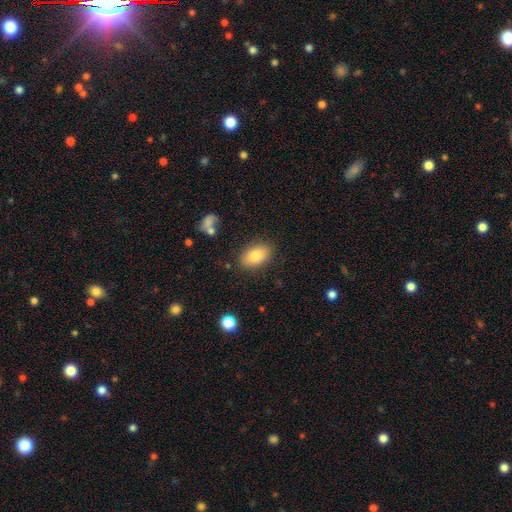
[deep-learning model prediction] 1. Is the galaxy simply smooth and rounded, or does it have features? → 82% smooth, 10% featured or disk, 8% star or artifact.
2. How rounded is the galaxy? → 90% in between, 9% round, 2% cigar-shaped.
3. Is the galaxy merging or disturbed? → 84% none, 11% minor disturbance, 3% major disturbance, 2% merger.